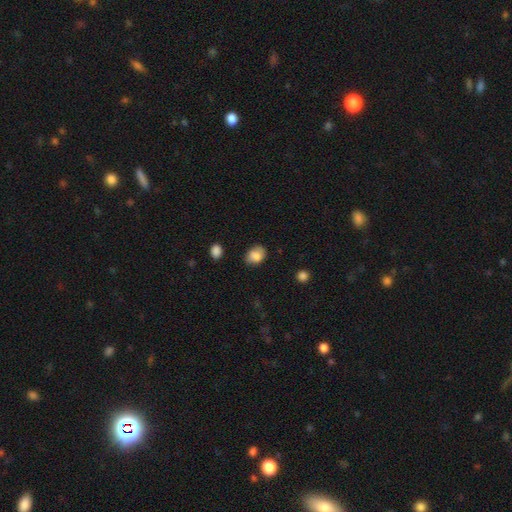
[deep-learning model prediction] Smooth or featured? smooth (84%)
How rounded? in between (69%)
Merging? none (76%)